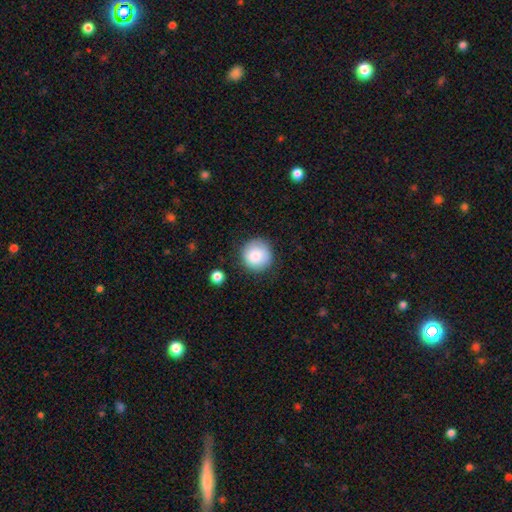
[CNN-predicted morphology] This is clearly a smooth galaxy (85%). How rounded: clearly round (95%). Merging: clearly none (84%).